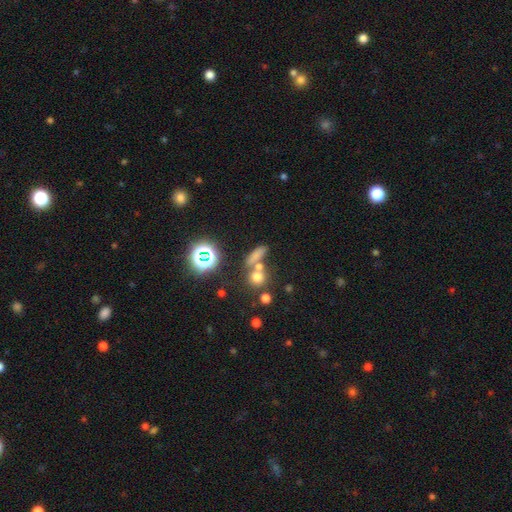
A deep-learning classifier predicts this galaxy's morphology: smooth_or_featured: smooth (p=0.62) [alt: star or artifact p=0.26]
how_rounded: in between (p=0.35) [alt: cigar-shaped p=0.33]
merging: none (p=0.55) [alt: merger p=0.29]